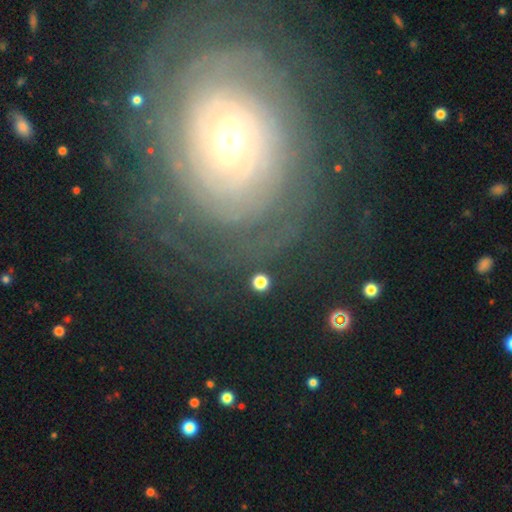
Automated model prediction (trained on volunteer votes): A featured or disk galaxy (79%) with a weak bar (43%), tight (80%) spiral arms (88%) and a moderate central bulge (55%).

Vote fractions:
- Smooth or featured? featured or disk: 79% / star or artifact: 11% / smooth: 10%
- Edge-on disk? no: 95% / yes: 5%
- Bar? weak: 43% / no: 30% / strong: 27%
- Spiral arms? yes: 88% / no: 12%
- Spiral winding? tight: 80% / medium: 14% / loose: 6%
- Spiral arm count? can't tell: 47% / more than 4: 14% / 2: 12% / 4: 10% / 3: 9% / 1: 7%
- Bulge size? moderate: 55% / small: 34% / large: 8% / dominant: 2% / none: 1%
- Merging? none: 74% / minor disturbance: 13% / major disturbance: 11% / merger: 2%